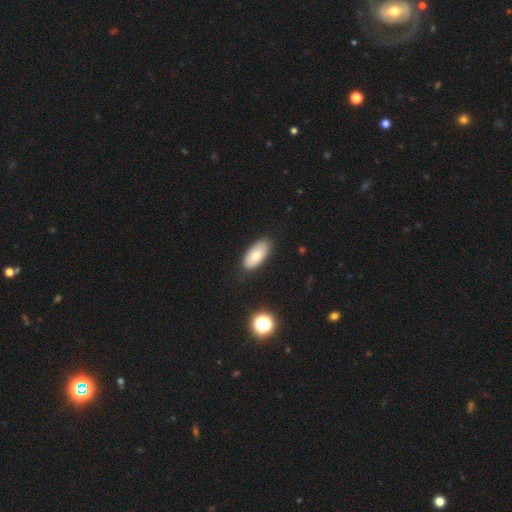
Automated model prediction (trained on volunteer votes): This is likely a smooth galaxy (78%). How rounded: clearly in between (92%). Merging: clearly none (84%).